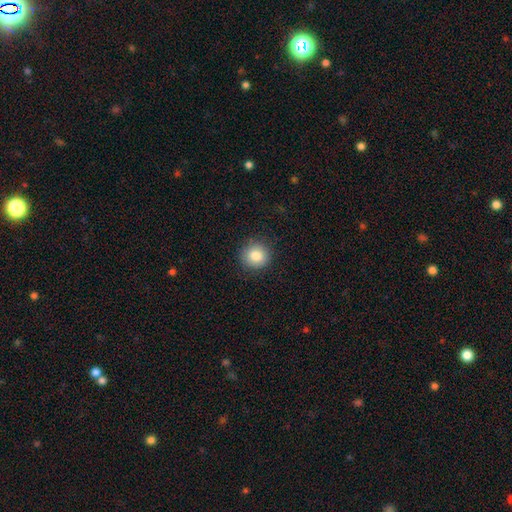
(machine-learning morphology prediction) The model was most divided on "smooth or featured": smooth: 84%, star or artifact: 9%, featured or disk: 6%. More confident: how rounded — round (89%); merging — none (88%).